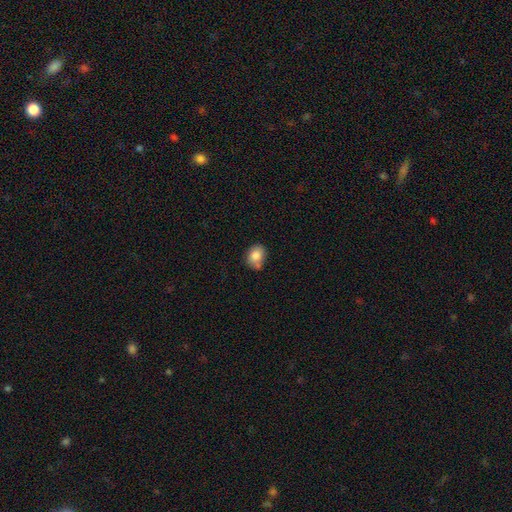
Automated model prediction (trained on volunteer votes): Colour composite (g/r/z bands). It shows a smooth galaxy with no disk features (81%) that is in between round and cigar-shaped (52%). Merging: none (58%).